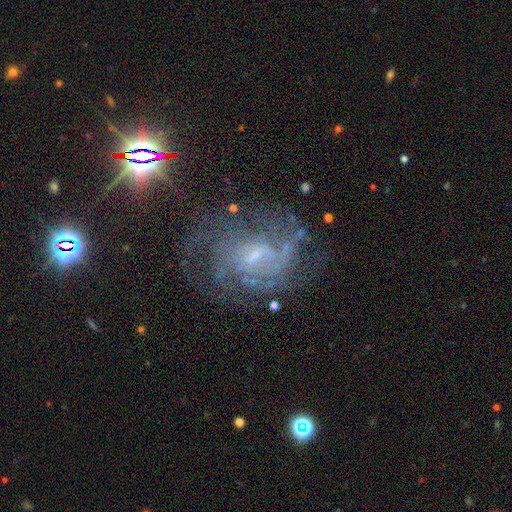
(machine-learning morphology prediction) Smooth or featured? Predicted: featured or disk (p=0.79). Edge-on disk? Predicted: no (p=0.97). Bar? Predicted: weak (p=0.50). Spiral arms? Predicted: yes (p=0.88). Spiral winding? Predicted: tight (p=0.46). Spiral arm count? Predicted: can't tell (p=0.46). Bulge size? Predicted: small (p=0.65). Merging? Predicted: none (p=0.60).